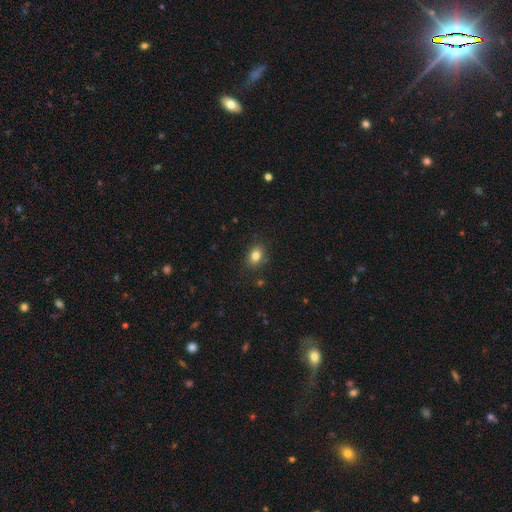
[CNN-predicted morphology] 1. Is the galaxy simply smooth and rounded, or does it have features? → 82% smooth, 11% star or artifact, 8% featured or disk.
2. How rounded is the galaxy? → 67% in between, 32% round, 1% cigar-shaped.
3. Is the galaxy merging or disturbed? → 85% none, 11% minor disturbance, 3% major disturbance, 1% merger.